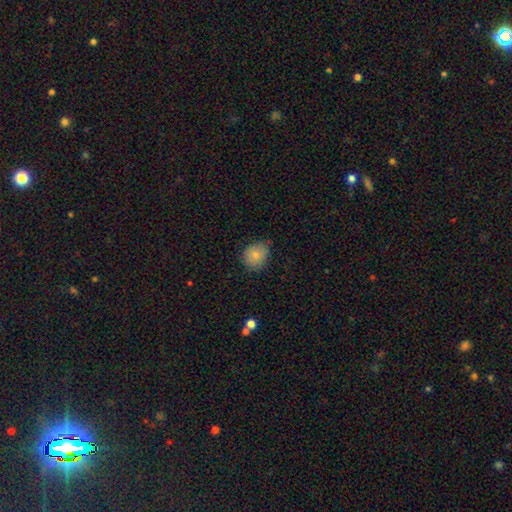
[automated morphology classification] This is clearly a smooth galaxy (83%). How rounded: likely round (67%). Merging: likely none (74%).